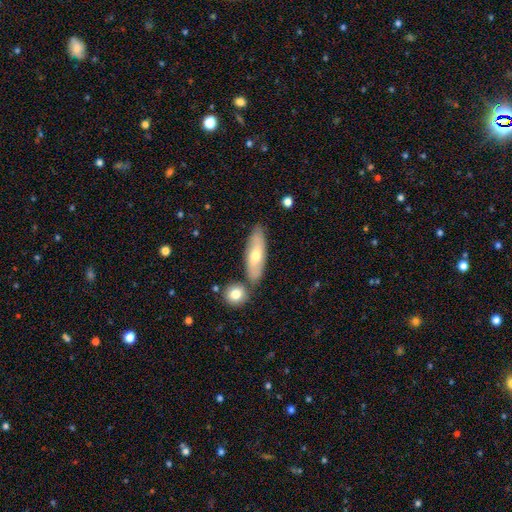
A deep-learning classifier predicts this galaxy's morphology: type=smooth (56%); roundness=in between (53%); merging=none (74%).